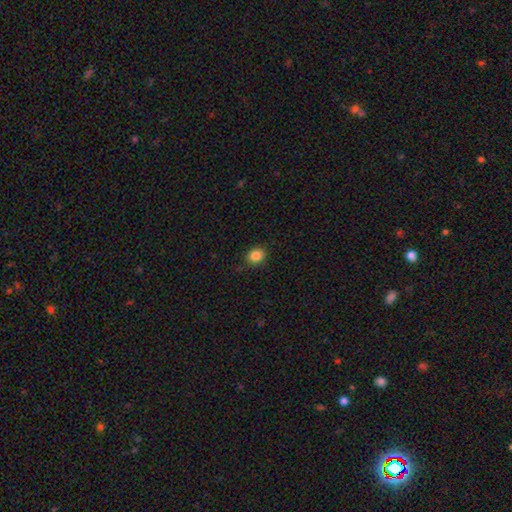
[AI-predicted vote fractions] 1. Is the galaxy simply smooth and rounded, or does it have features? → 85% smooth, 10% star or artifact, 5% featured or disk.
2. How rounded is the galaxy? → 64% round, 35% in between, 1% cigar-shaped.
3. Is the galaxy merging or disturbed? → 85% none, 11% minor disturbance, 3% major disturbance, 1% merger.